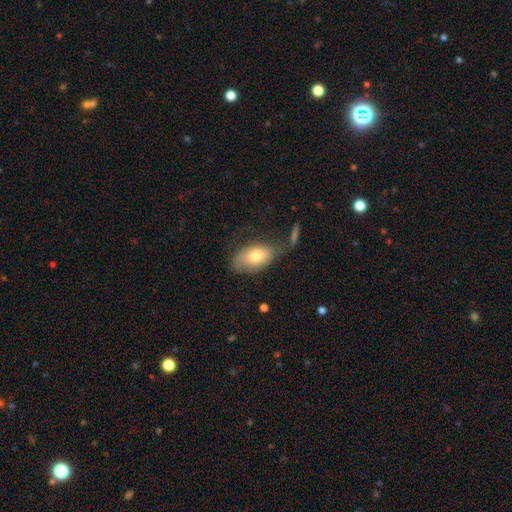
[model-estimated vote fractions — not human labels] Smooth or featured?
  - smooth: 73% *
  - featured or disk: 20%
  - star or artifact: 7%
How rounded?
  - in between: 92% *
  - round: 5%
  - cigar-shaped: 3%
Merging?
  - none: 58% *
  - minor disturbance: 25%
  - major disturbance: 10%
  - merger: 7%